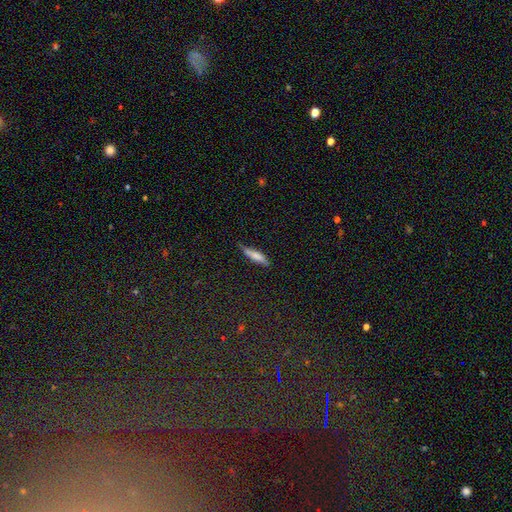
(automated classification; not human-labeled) Smooth or featured? smooth (69%)
How rounded? cigar-shaped (78%)
Merging? none (65%)